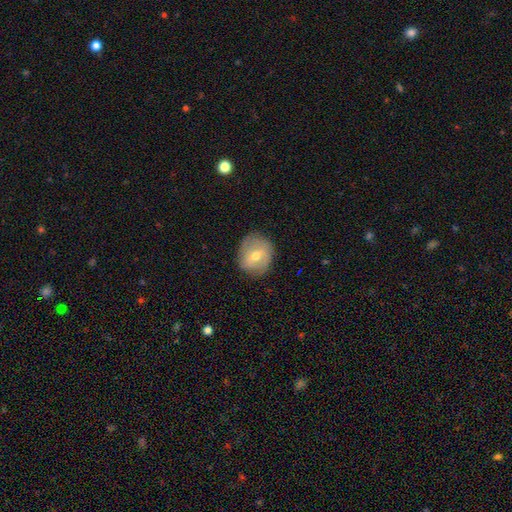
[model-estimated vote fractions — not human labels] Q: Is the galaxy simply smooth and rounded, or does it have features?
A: smooth — 51%.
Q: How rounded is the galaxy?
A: round — 75%.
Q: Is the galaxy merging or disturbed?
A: none — 77%.